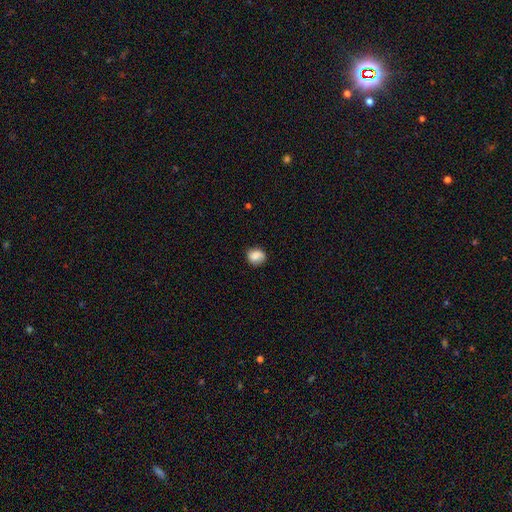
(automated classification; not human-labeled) This appears to be a smooth galaxy with no disk features (81%) that is round (72%). Merging: none (77%).